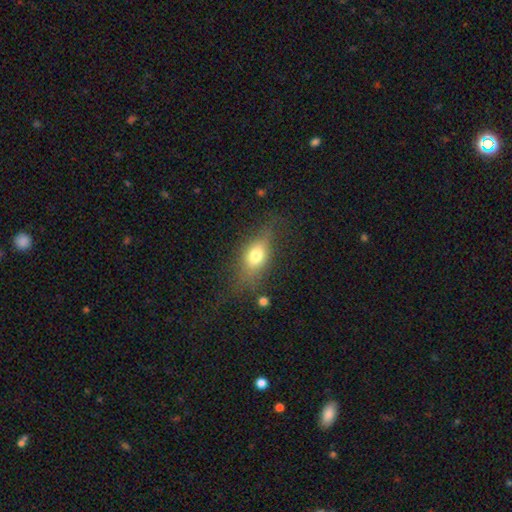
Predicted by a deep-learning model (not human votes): Smooth or featured? Predicted: smooth (p=0.70). How rounded? Predicted: in between (p=0.74). Merging? Predicted: none (p=0.62).